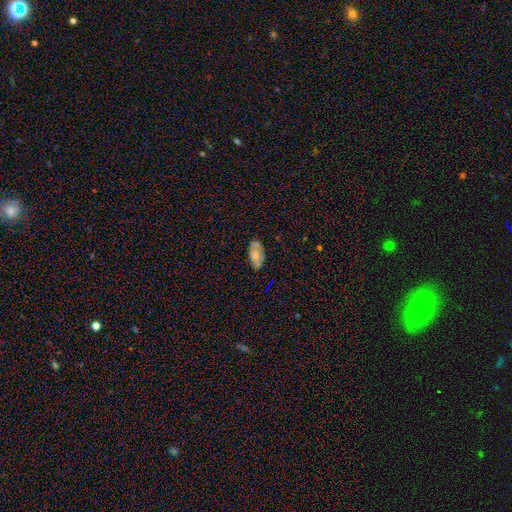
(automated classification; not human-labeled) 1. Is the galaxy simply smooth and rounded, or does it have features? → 57% smooth, 34% featured or disk, 9% star or artifact.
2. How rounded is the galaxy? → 91% in between, 5% cigar-shaped, 4% round.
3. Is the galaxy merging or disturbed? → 67% none, 24% minor disturbance, 6% major disturbance, 3% merger.